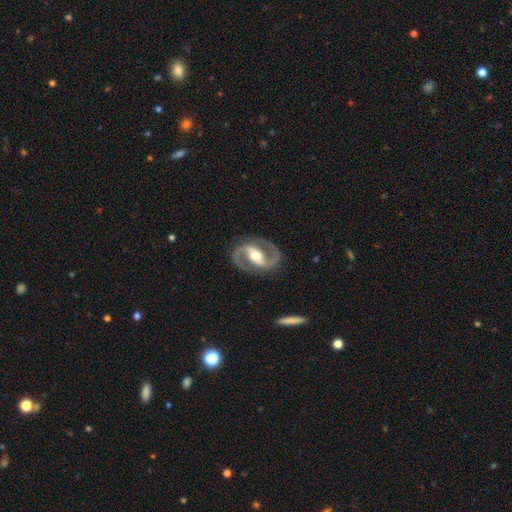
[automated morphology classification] Smooth or featured?
  - featured or disk: 92% *
  - smooth: 4%
  - star or artifact: 4%
Edge-on disk?
  - no: 98% *
  - yes: 2%
Bar?
  - strong: 46% *
  - weak: 37%
  - no: 17%
Spiral arms?
  - yes: 97% *
  - no: 3%
Spiral winding?
  - medium: 64% *
  - tight: 19%
  - loose: 18%
Spiral arm count?
  - 2: 94% *
  - can't tell: 1%
  - 1: 1%
  - 3: 1%
  - 4: 1%
  - more than 4: 1%
Bulge size?
  - moderate: 69% *
  - large: 15%
  - small: 13%
  - none: 1%
  - dominant: 1%
Merging?
  - none: 86% *
  - minor disturbance: 9%
  - major disturbance: 3%
  - merger: 1%